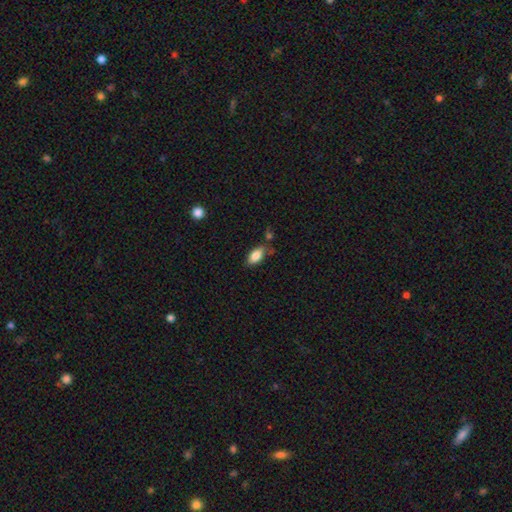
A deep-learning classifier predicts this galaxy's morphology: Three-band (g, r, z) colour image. It shows a smooth galaxy with no disk features (84%) that is in between round and cigar-shaped (91%). Merging: none (66%).